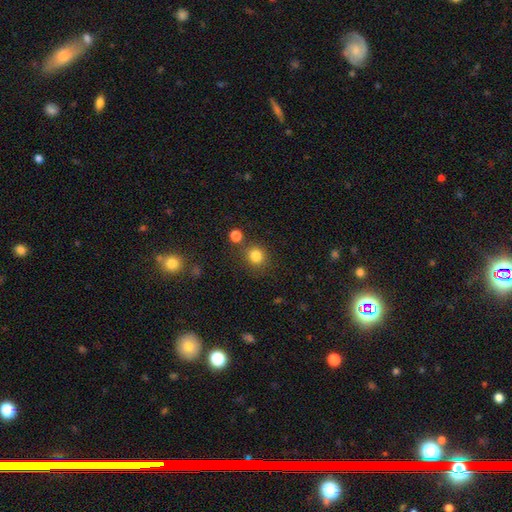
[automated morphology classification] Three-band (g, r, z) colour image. It shows a smooth galaxy with no disk features (82%) that is round (85%). Merging: none (78%).